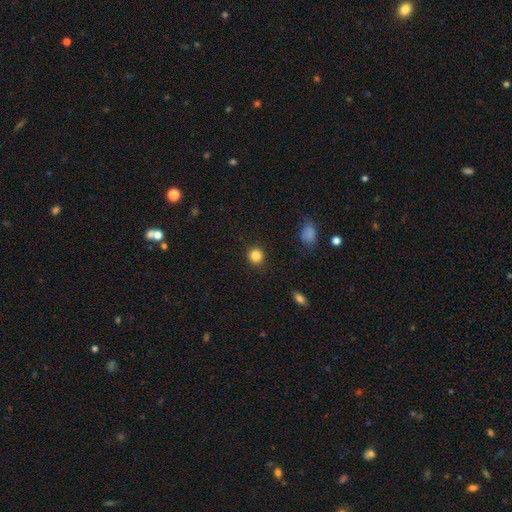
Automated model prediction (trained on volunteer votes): Morphology: type=smooth (85%); roundness=round (92%); merging=none (91%).